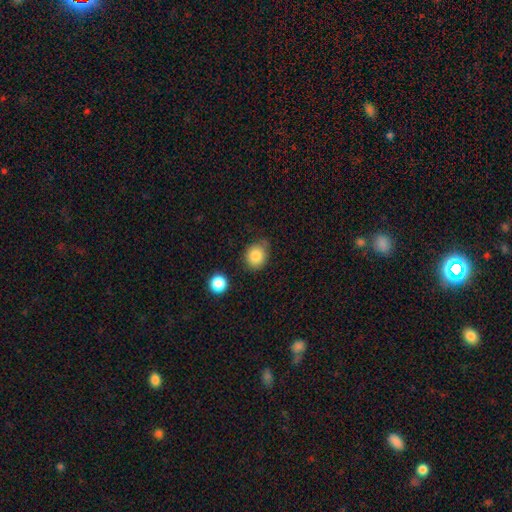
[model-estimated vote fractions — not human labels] This appears to be a smooth galaxy with no disk features (85%) that is round (77%). Merging: none (69%).